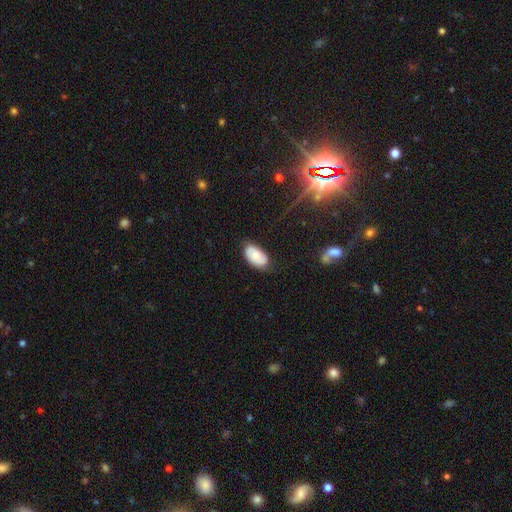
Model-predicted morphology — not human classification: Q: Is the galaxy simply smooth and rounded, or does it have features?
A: smooth — 65%.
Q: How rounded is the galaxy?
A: in between — 95%.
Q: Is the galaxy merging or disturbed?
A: none — 76%.